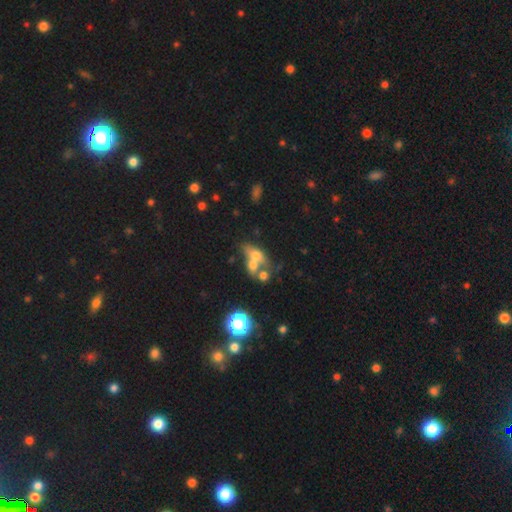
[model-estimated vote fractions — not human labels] Morphology: type=smooth (53%); roundness=in between (65%); merging=merger (56%).